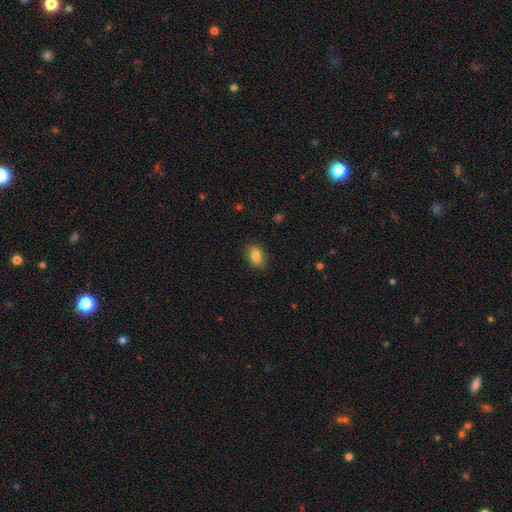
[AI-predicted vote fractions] Smooth or featured: smooth — 83% (featured or disk — 8%)
How rounded: in between — 83% (round — 15%)
Merging: none — 85% (minor disturbance — 12%)